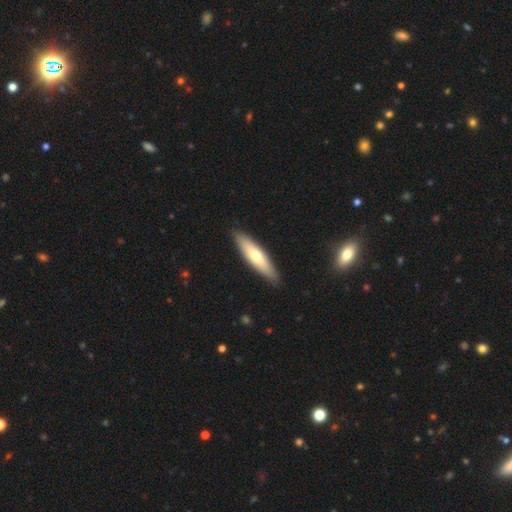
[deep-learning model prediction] A smooth galaxy with no disk features (62%) that is cigar-shaped (69%). Merging: none (88%).